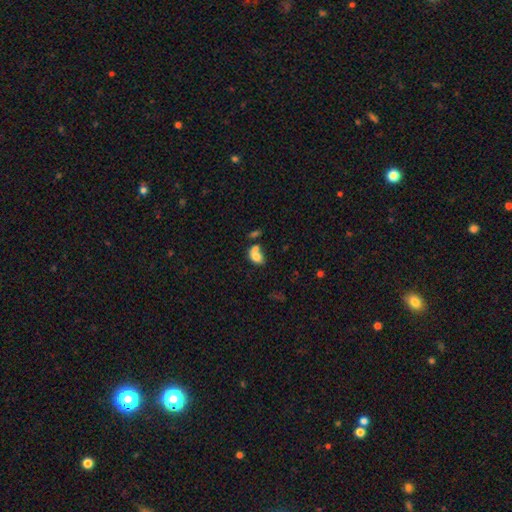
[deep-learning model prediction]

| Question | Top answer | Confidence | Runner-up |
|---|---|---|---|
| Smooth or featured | smooth | 74% | featured or disk (16%) |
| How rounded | in between | 79% | round (19%) |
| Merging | merger | 52% | none (27%) |